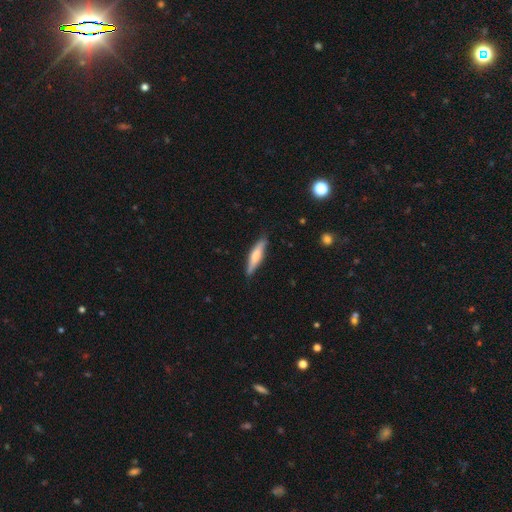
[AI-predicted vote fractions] Overall: smooth (59%; featured or disk 36%). How rounded: cigar-shaped (80%). Merging: none (85%).